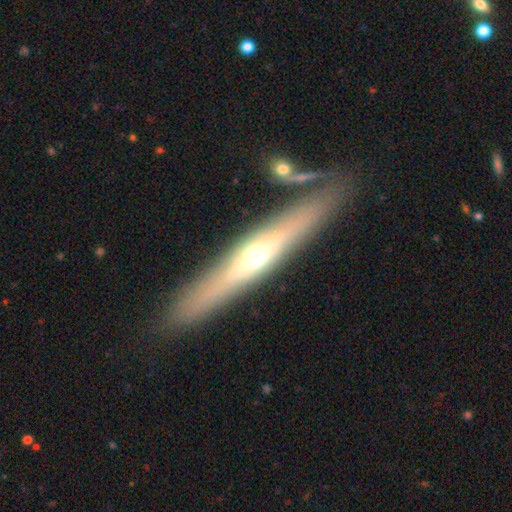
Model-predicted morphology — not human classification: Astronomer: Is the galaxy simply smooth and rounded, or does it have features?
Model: featured or disk — 65%.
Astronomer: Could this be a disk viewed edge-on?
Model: yes — 87%.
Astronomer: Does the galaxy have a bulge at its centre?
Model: rounded — 85%.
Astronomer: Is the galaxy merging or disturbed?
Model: none — 84%.